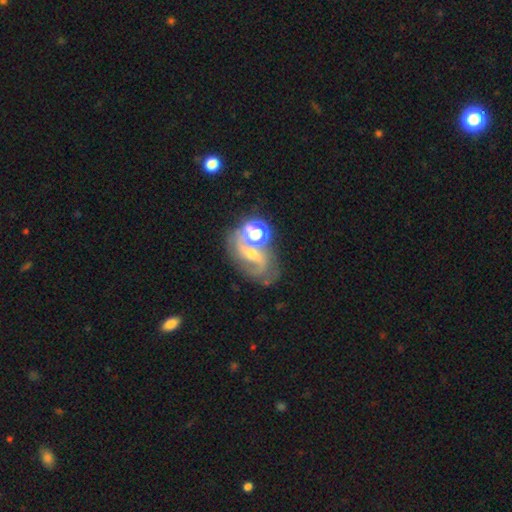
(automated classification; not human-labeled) A featured or disk galaxy (73%) with a weak bar (42%), 2 (84%) medium (48%) spiral arms (90%) and a moderate central bulge (49%). Merging: none (53%).